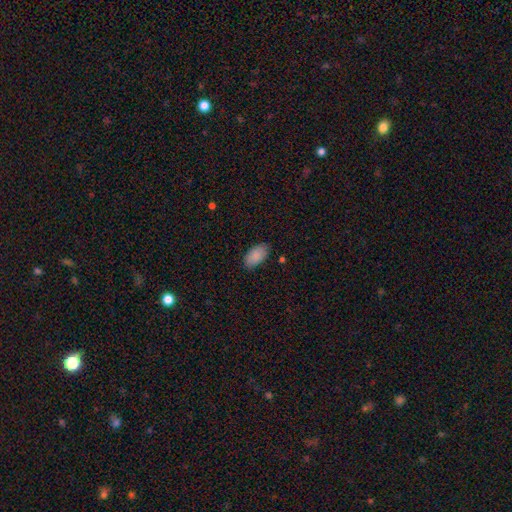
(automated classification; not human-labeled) Smooth or featured? Predicted: smooth (p=0.88). How rounded? Predicted: in between (p=0.95). Merging? Predicted: none (p=0.83).